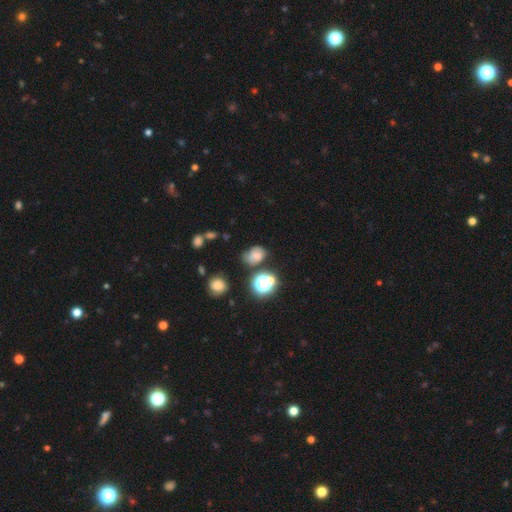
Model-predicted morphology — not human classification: This is possibly a smooth galaxy (60%). How rounded: possibly in between (59%). Merging: possibly none (57%).